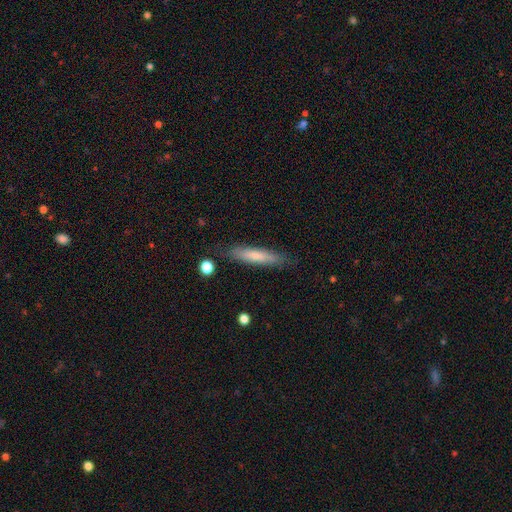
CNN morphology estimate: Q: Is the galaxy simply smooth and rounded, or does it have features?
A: smooth — 69%.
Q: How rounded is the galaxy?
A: cigar-shaped — 88%.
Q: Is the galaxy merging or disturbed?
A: none — 83%.